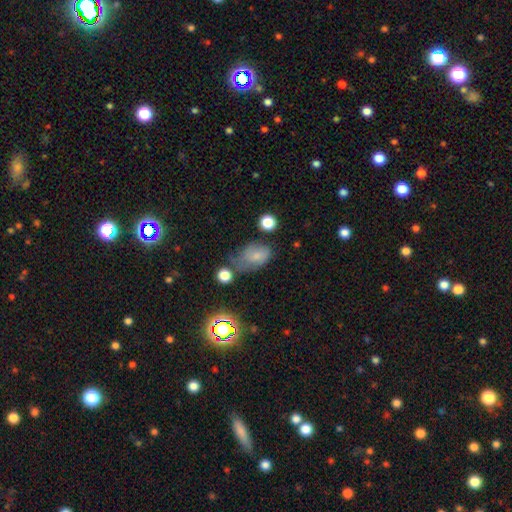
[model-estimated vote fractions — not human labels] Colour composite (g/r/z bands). It shows a smooth galaxy with no disk features (65%) that is in between round and cigar-shaped (82%). Merging: none (37%).